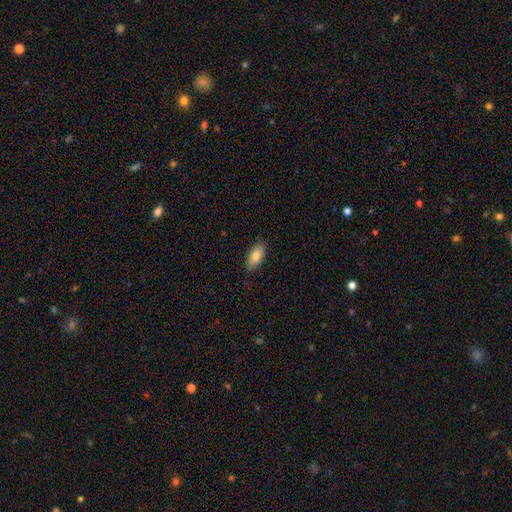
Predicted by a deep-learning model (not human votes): The model was most divided on "smooth or featured": smooth: 82%, featured or disk: 12%, star or artifact: 7%. More confident: how rounded — in between (89%); merging — none (84%).